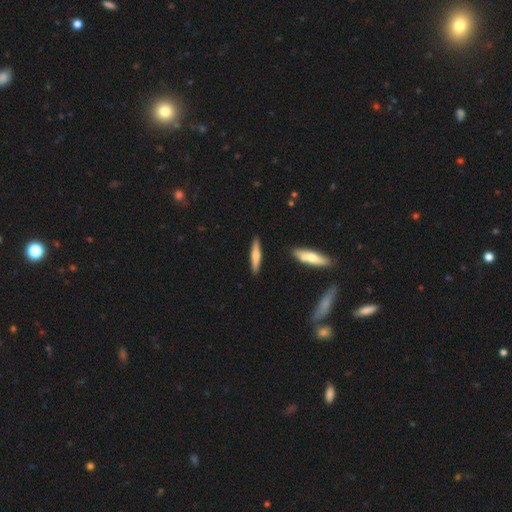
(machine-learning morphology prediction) The model was most divided on "smooth or featured": smooth: 61%, featured or disk: 33%, star or artifact: 5%. More confident: merging — none (89%); how rounded — cigar-shaped (86%).